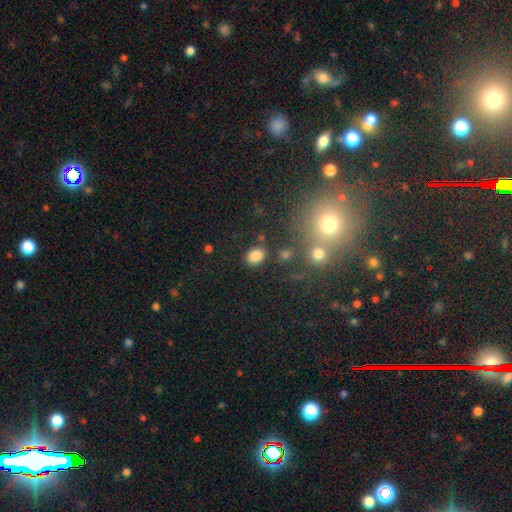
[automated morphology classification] Smooth or featured? smooth (82%)
How rounded? in between (63%)
Merging? none (79%)